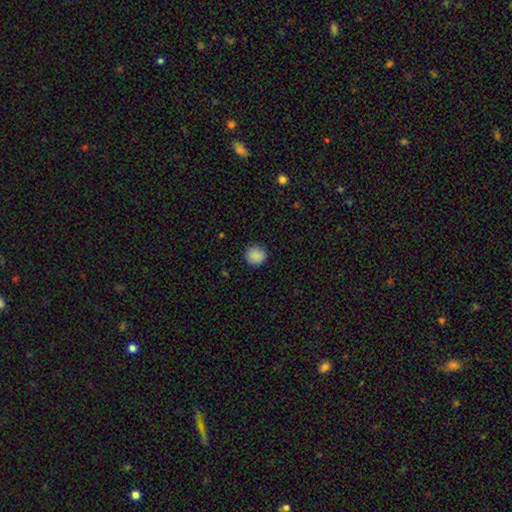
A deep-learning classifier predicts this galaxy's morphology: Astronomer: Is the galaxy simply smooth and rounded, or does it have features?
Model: smooth — 89%.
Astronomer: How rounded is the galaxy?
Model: round — 95%.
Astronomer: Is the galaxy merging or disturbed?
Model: none — 91%.